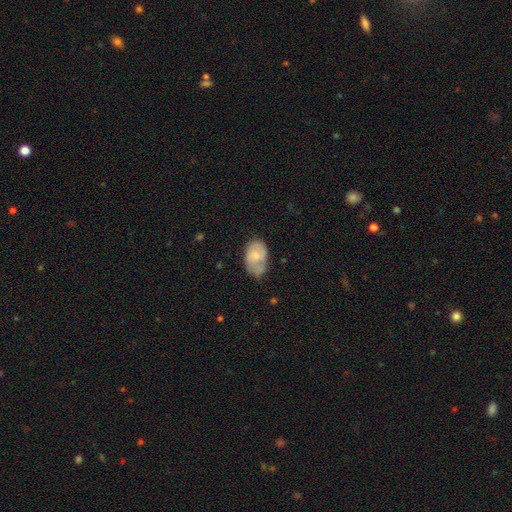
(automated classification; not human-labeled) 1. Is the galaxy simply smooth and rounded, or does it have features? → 60% smooth, 34% featured or disk, 6% star or artifact.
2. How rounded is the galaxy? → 89% in between, 9% round, 1% cigar-shaped.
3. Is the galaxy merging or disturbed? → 47% none, 37% minor disturbance, 11% major disturbance, 5% merger.